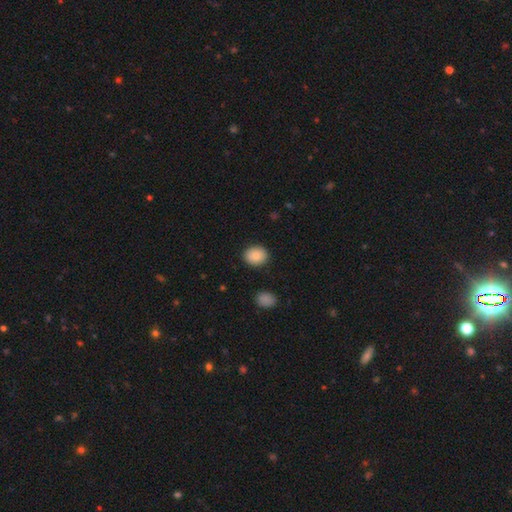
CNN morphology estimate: This is clearly a smooth galaxy (84%). How rounded: possibly round (58%). Merging: clearly none (89%).